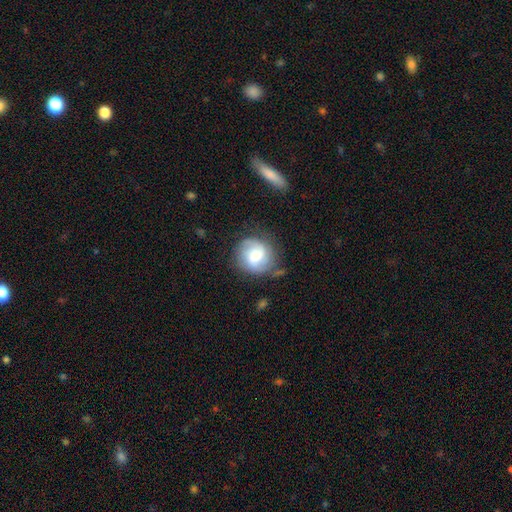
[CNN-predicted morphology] Smooth or featured?
  - featured or disk: 53% *
  - smooth: 39%
  - star or artifact: 8%
Edge-on disk?
  - no: 97% *
  - yes: 3%
Bar?
  - no: 52% *
  - weak: 39%
  - strong: 8%
Spiral arms?
  - yes: 88% *
  - no: 12%
Bulge size?
  - moderate: 59% *
  - small: 26%
  - large: 11%
  - dominant: 2%
  - none: 2%
Merging?
  - none: 71% *
  - minor disturbance: 19%
  - major disturbance: 8%
  - merger: 3%